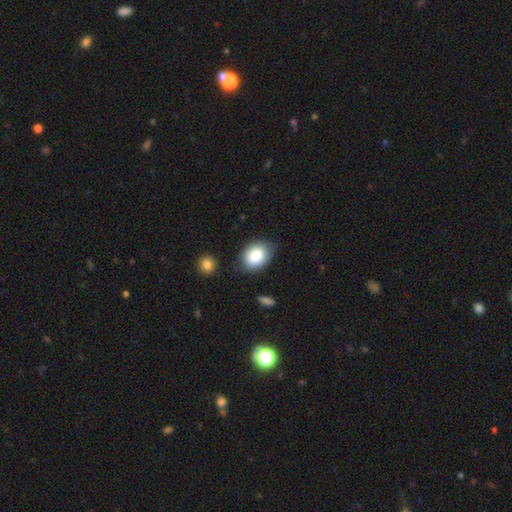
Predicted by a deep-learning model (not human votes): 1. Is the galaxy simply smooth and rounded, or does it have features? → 86% smooth, 7% star or artifact, 7% featured or disk.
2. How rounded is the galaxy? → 71% in between, 28% round, 1% cigar-shaped.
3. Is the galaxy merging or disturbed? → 76% none, 17% minor disturbance, 4% major disturbance, 3% merger.